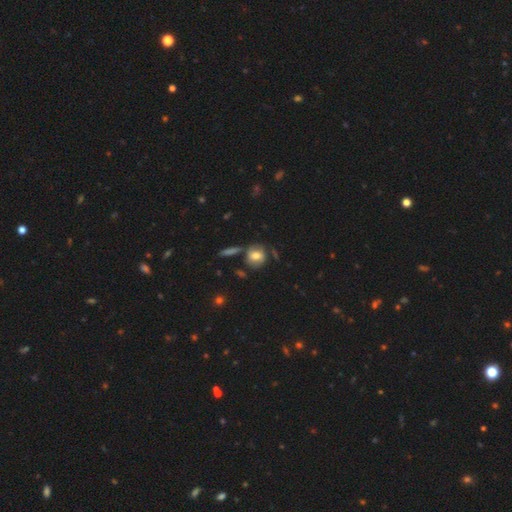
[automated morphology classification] This is possibly a smooth galaxy (56%). How rounded: likely round (75%). Merging: likely none (63%).